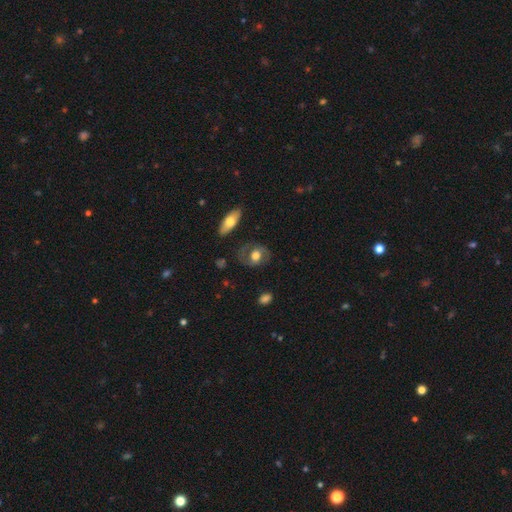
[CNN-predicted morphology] This is possibly a featured or disk galaxy (52%). It is clearly not viewed edge-on (93%). Merging: likely none (74%).